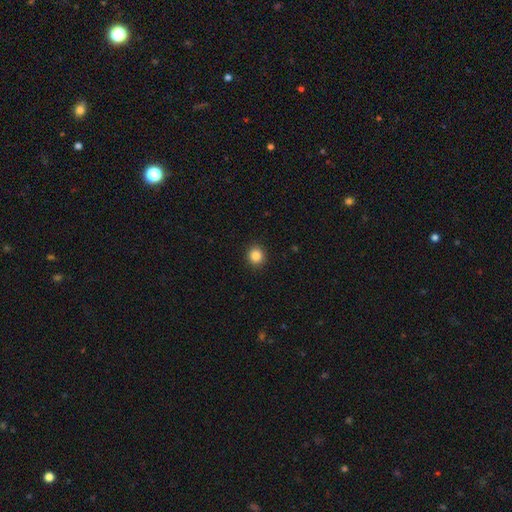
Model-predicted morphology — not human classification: The model was most divided on "smooth or featured": smooth: 86%, star or artifact: 11%, featured or disk: 4%. More confident: merging — none (92%); how rounded — round (89%).